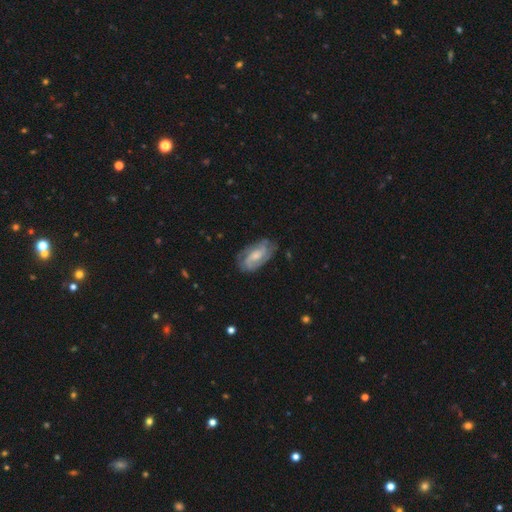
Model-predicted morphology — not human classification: smooth_or_featured: featured or disk (p=0.74) [alt: smooth p=0.20]
disk_edge_on: no (p=0.96) [alt: yes p=0.04]
bar: no (p=0.48) [alt: weak p=0.41]
has_spiral_arms: yes (p=0.92) [alt: no p=0.08]
spiral_winding: tight (p=0.46) [alt: medium p=0.41]
spiral_arm_count: 2 (p=0.58) [alt: can't tell p=0.21]
bulge_size: small (p=0.40) [tied with: moderate p=0.40]
merging: none (p=0.73) [alt: minor disturbance p=0.20]